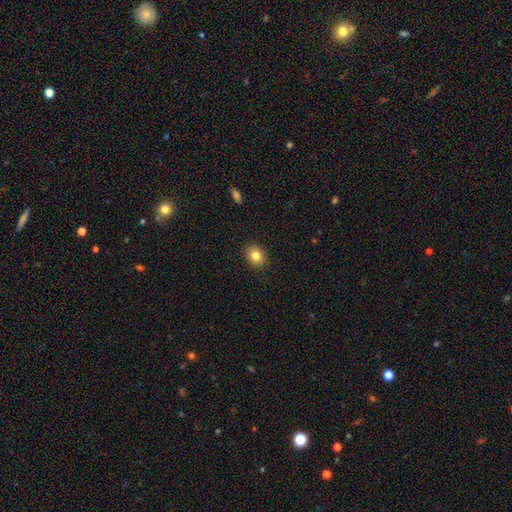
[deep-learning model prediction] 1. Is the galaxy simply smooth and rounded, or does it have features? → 82% smooth, 9% star or artifact, 8% featured or disk.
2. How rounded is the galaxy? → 50% round, 49% in between, 1% cigar-shaped.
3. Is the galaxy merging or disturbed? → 90% none, 7% minor disturbance, 2% major disturbance, 1% merger.